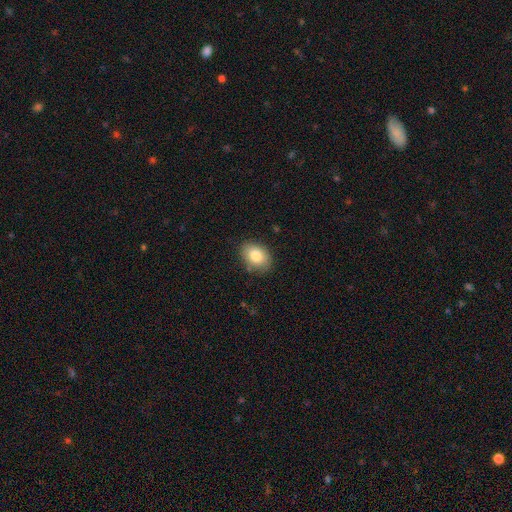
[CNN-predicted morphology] Smooth or featured: smooth — 83% (featured or disk — 9%)
How rounded: in between — 78% (round — 21%)
Merging: none — 83% (minor disturbance — 13%)